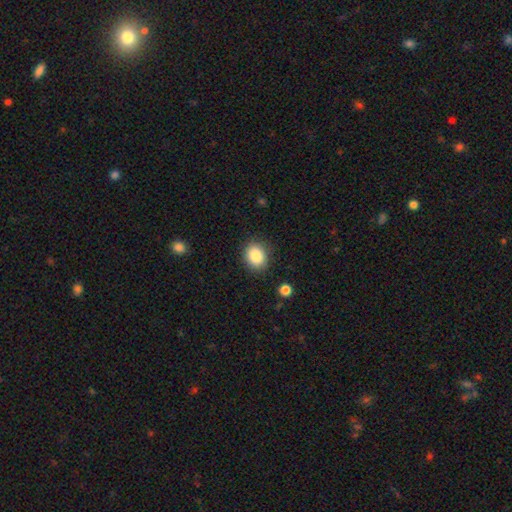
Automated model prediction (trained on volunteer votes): This is clearly a smooth galaxy (87%). How rounded: possibly round (54%). Merging: clearly none (87%).